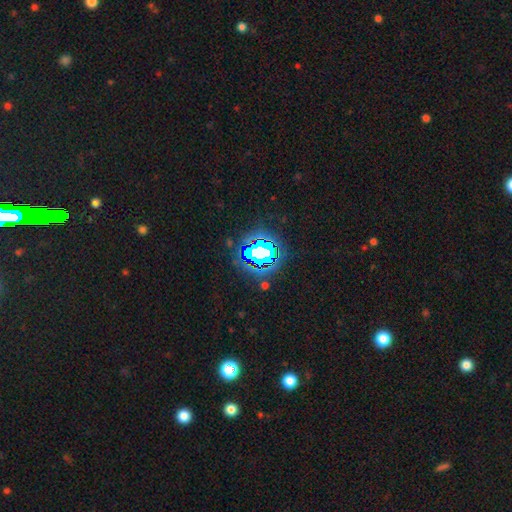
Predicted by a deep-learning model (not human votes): This is likely a star or artifact rather than a galaxy (71%).